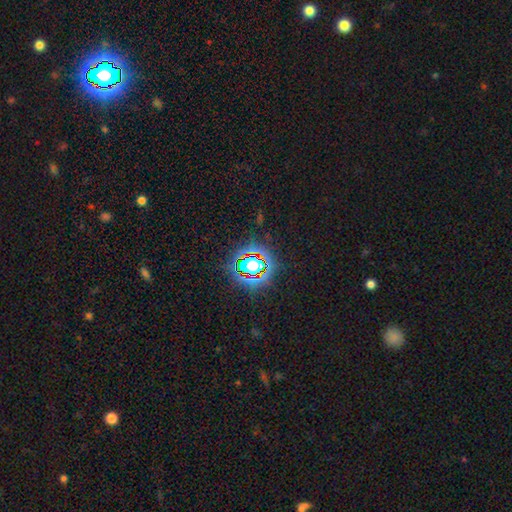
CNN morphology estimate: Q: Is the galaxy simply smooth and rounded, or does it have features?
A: star or artifact — 79%.